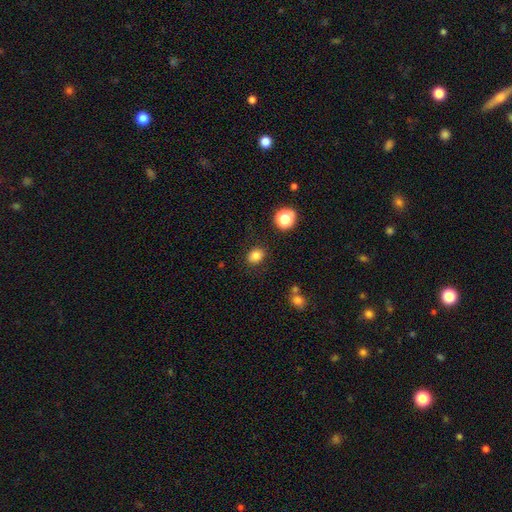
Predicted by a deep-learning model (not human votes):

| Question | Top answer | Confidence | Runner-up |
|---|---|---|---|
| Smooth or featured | smooth | 82% | star or artifact (12%) |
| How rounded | in between | 55% | round (44%) |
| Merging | none | 86% | minor disturbance (10%) |